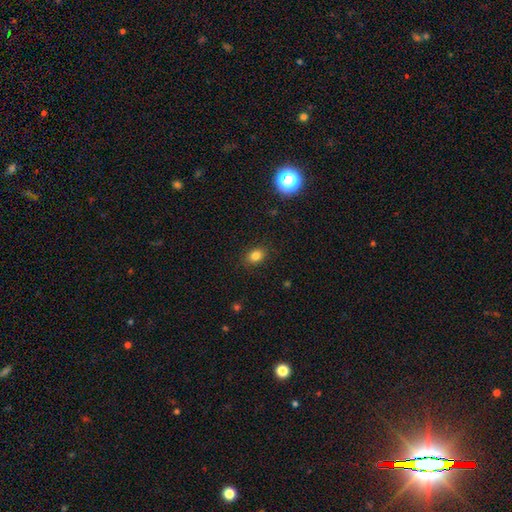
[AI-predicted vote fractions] smooth-or-featured: smooth: 82% | star or artifact: 12% | featured or disk: 6%
  how-rounded: in between: 61% | round: 38% | cigar-shaped: 1%
  merging: none: 87% | minor disturbance: 9% | major disturbance: 3% | merger: 1%